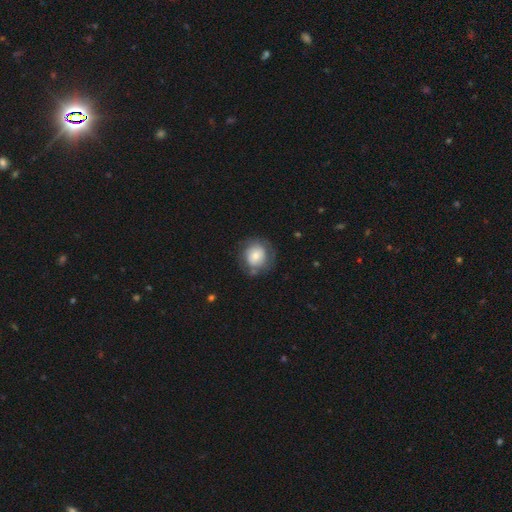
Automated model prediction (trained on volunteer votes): smooth_or_featured: smooth (p=0.65) [alt: featured or disk p=0.27]
how_rounded: round (p=0.81) [alt: in between p=0.18]
merging: none (p=0.68) [alt: minor disturbance p=0.20]